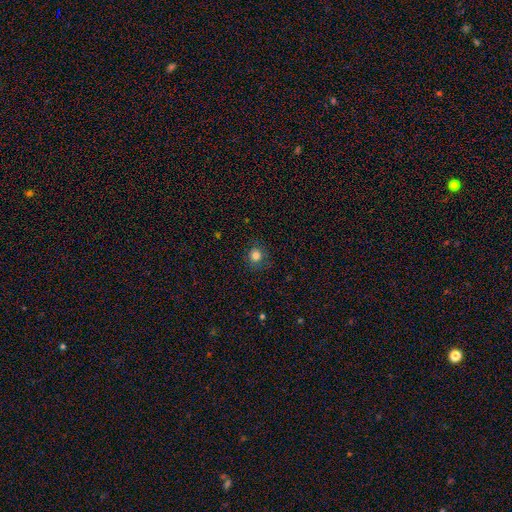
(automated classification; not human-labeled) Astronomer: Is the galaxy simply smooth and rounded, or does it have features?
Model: smooth — 82%.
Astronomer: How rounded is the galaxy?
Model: round — 88%.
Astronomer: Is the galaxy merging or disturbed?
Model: none — 85%.